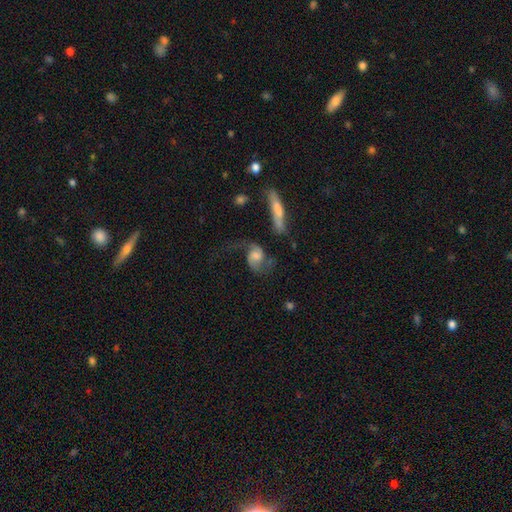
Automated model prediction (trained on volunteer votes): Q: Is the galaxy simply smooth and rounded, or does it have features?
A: featured or disk — 67%.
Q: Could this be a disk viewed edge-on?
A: no — 95%.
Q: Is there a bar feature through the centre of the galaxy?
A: no — 61%.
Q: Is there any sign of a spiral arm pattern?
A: yes — 91%.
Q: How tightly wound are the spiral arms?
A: loose — 64%.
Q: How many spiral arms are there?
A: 2 — 83%.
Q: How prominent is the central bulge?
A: moderate — 43%.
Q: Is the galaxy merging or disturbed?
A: none — 40%.